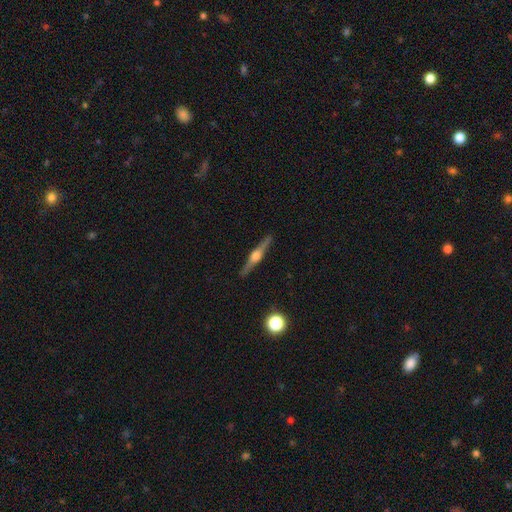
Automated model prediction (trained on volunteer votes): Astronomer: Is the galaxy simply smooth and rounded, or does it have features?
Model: featured or disk — 82%.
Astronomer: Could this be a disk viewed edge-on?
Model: yes — 98%.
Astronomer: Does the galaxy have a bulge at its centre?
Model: rounded — 90%.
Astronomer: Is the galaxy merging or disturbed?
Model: none — 91%.